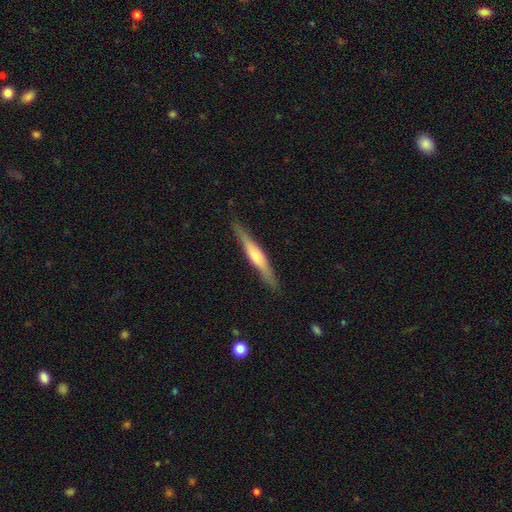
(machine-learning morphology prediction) Q: Smooth or featured?
A: featured or disk (55%); runner-up: smooth (39%)
Q: Edge-on disk?
A: yes (95%); runner-up: no (5%)
Q: Edge-on bulge?
A: rounded (66%); runner-up: boxy (17%)
Q: Merging?
A: none (86%); runner-up: minor disturbance (10%)